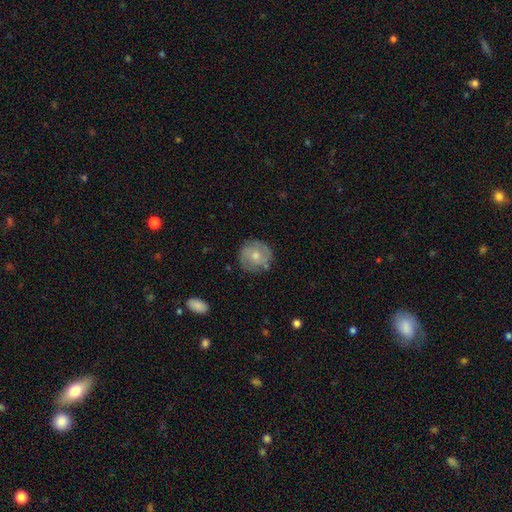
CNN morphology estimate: A smooth galaxy with no disk features (54%) that is round (91%). Merging: none (78%).